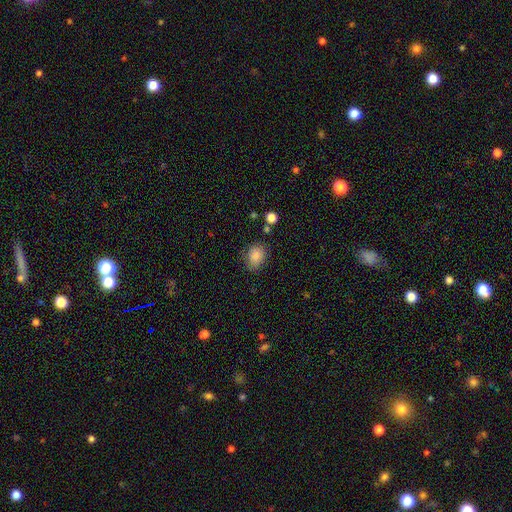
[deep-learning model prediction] The model was most divided on "how rounded": in between: 62%, round: 37%, cigar-shaped: 1%. More confident: smooth or featured — smooth (86%); merging — none (75%).